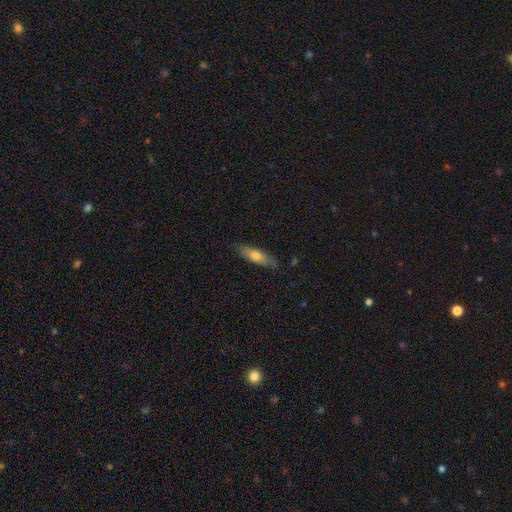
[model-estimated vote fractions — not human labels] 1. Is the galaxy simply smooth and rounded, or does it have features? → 63% smooth, 31% featured or disk, 6% star or artifact.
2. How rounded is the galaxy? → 58% cigar-shaped, 40% in between, 2% round.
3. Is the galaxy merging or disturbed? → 84% none, 13% minor disturbance, 2% major disturbance, 1% merger.